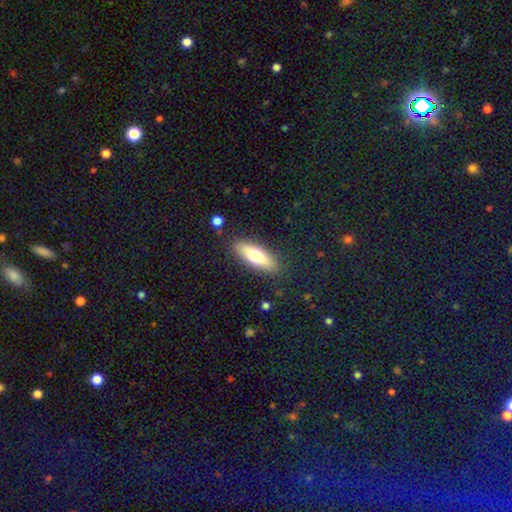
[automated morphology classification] The model was most divided on "how rounded": in between: 56%, cigar-shaped: 42%, round: 2%. More confident: merging — none (86%); smooth or featured — smooth (67%).